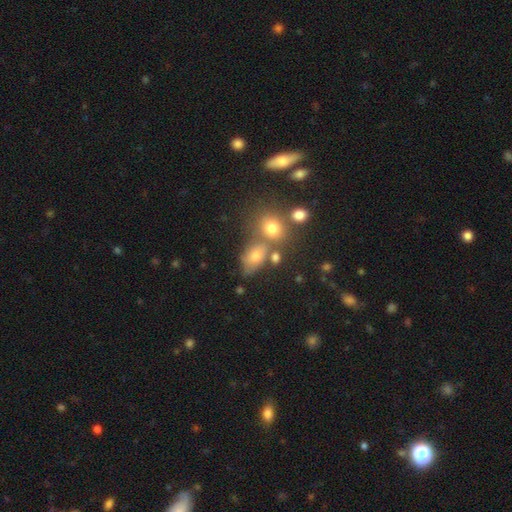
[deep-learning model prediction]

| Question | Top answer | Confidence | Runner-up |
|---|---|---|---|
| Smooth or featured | smooth | 69% | featured or disk (16%) |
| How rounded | in between | 74% | round (24%) |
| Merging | none | 49% | merger (27%) |